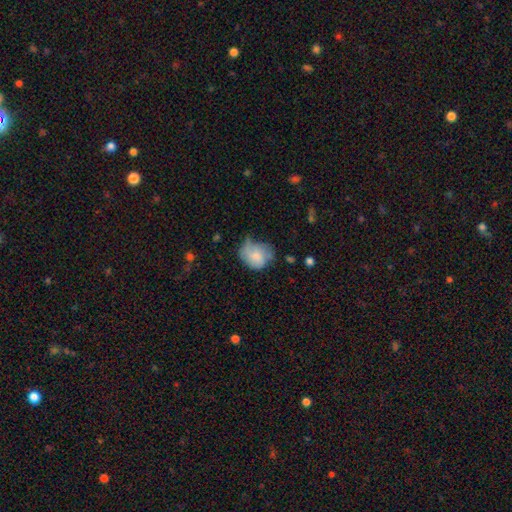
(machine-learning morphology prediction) type=smooth (62%); roundness=round (59%); merging=minor disturbance (39%).